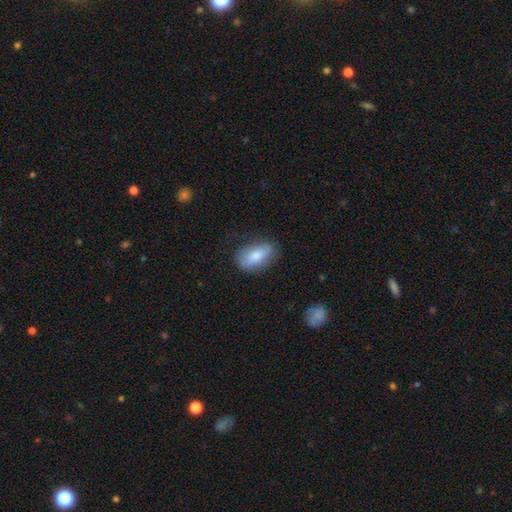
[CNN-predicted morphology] Smooth or featured?
  - smooth: 77% *
  - featured or disk: 17%
  - star or artifact: 6%
How rounded?
  - in between: 87% *
  - cigar-shaped: 7%
  - round: 6%
Merging?
  - none: 74% *
  - minor disturbance: 19%
  - major disturbance: 5%
  - merger: 1%